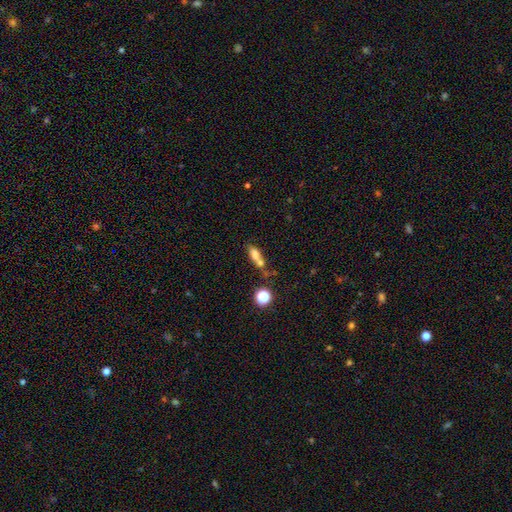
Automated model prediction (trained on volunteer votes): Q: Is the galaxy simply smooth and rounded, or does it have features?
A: smooth — 68%.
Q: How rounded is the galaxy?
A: in between — 68%.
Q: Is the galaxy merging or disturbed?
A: merger — 49%.